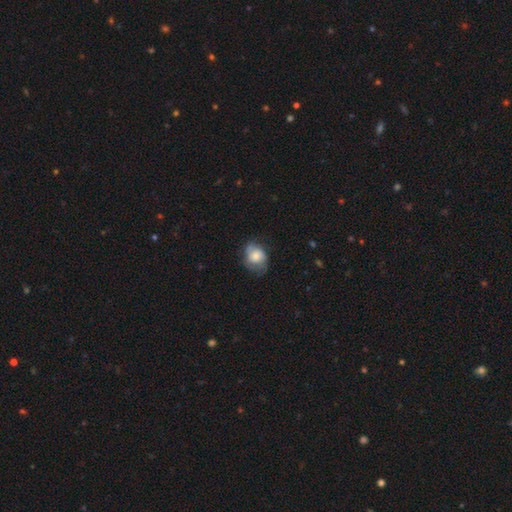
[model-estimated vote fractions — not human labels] Overall: smooth (61%; featured or disk 31%). How rounded: in between (52%; round 47%). Merging: none (57%; minor disturbance 29%).